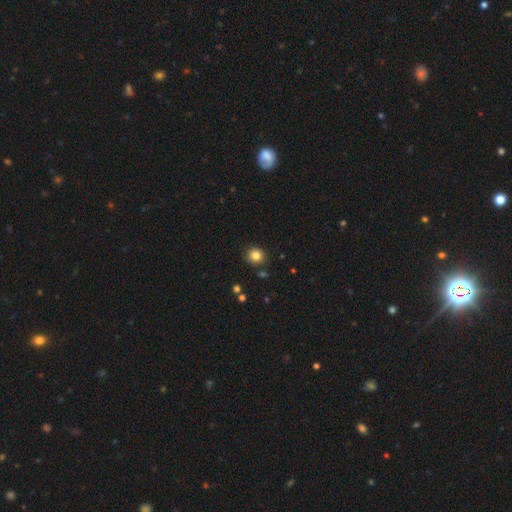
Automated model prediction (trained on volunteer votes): smooth 83%, star or artifact 11%, featured or disk 6%. Down the decision tree: how rounded — round (84%); merging — none (87%).